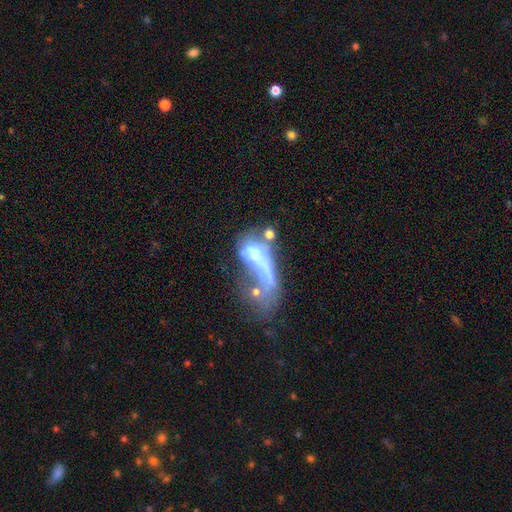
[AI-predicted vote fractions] Smooth or featured: featured or disk — 50% (smooth — 38%)
Edge-on disk: no — 87% (yes — 13%)
Merging: major disturbance — 42% (merger — 39%)